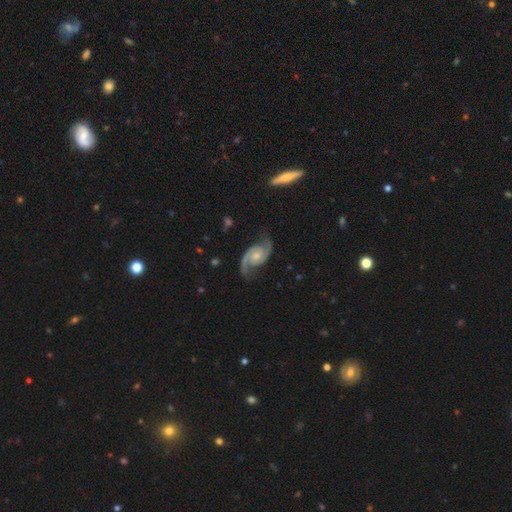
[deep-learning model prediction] A featured or disk galaxy (91%) with no bar (65%), 2 (94%) medium (52%) spiral arms (98%) and a moderate central bulge (52%).

Vote fractions:
- Smooth or featured? featured or disk: 91% / smooth: 5% / star or artifact: 4%
- Edge-on disk? no: 98% / yes: 2%
- Bar? no: 65% / weak: 29% / strong: 6%
- Spiral arms? yes: 98% / no: 2%
- Spiral winding? medium: 52% / loose: 31% / tight: 17%
- Spiral arm count? 2: 94% / can't tell: 2% / 1: 1% / 3: 1% / 4: 1% / more than 4: 1%
- Bulge size? moderate: 52% / small: 37% / none: 5% / large: 5% / dominant: 1%
- Merging? none: 77% / minor disturbance: 15% / major disturbance: 6% / merger: 2%